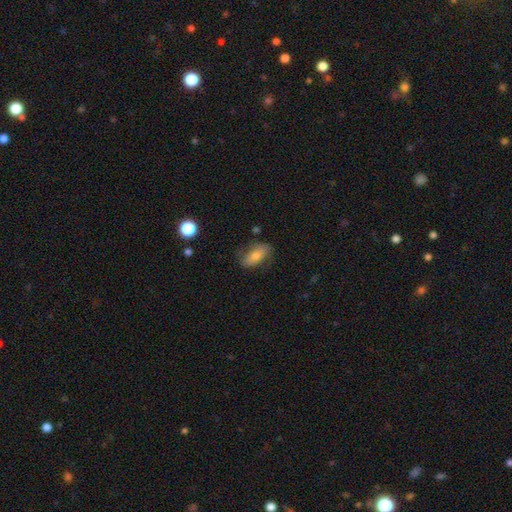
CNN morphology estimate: smooth_or_featured: smooth (p=0.60) [alt: featured or disk p=0.32]
how_rounded: in between (p=0.85) [alt: cigar-shaped p=0.09]
merging: none (p=0.70) [alt: minor disturbance p=0.20]